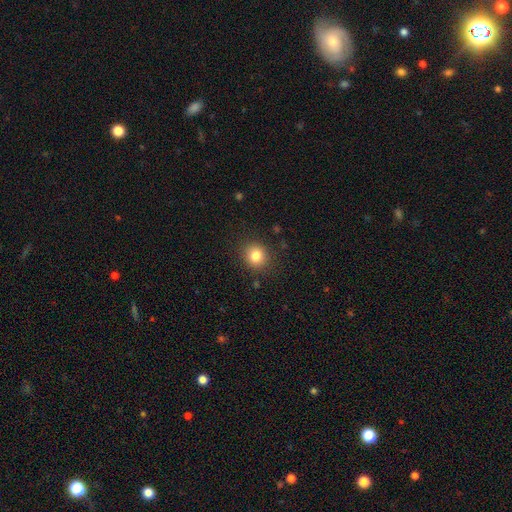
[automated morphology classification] The model was most divided on "smooth or featured": smooth: 83%, star or artifact: 11%, featured or disk: 6%. More confident: merging — none (88%); how rounded — round (86%).